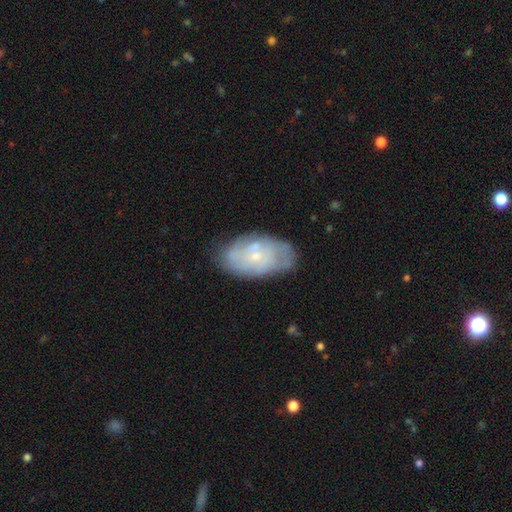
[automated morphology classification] featured or disk 57%, smooth 36%, star or artifact 7%. Down the decision tree: edge-on disk — no (95%); bar — no (79%); spiral arms — yes (60%); bulge size — small (71%); merging — none (67%).